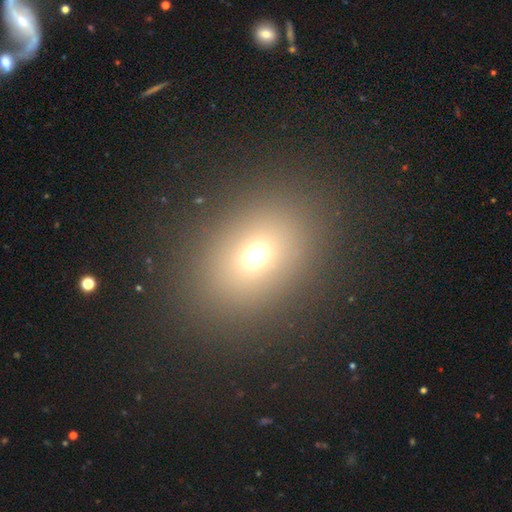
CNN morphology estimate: smooth 68%, star or artifact 21%, featured or disk 11%. Down the decision tree: how rounded — in between (57%); merging — none (84%).